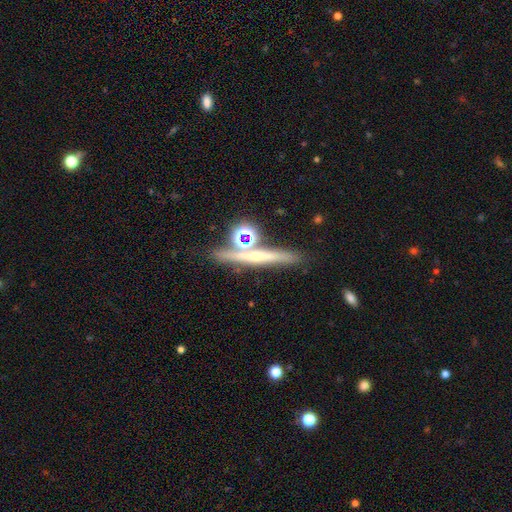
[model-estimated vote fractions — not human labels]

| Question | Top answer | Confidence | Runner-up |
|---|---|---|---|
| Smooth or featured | featured or disk | 46% | smooth (29%) |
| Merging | none | 71% | merger (15%) |